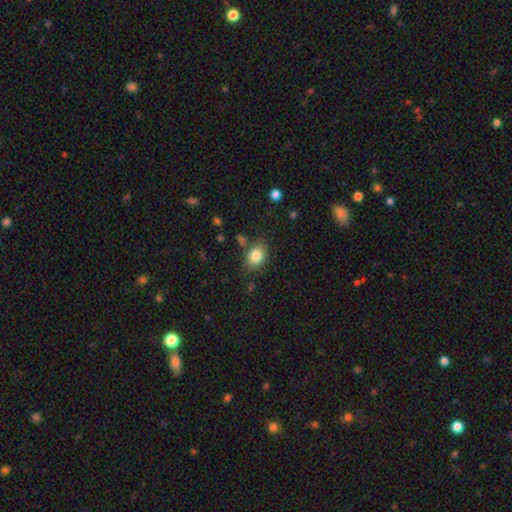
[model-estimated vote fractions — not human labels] Q: Smooth or featured?
A: smooth (83%); runner-up: star or artifact (9%)
Q: How rounded?
A: in between (66%); runner-up: round (33%)
Q: Merging?
A: none (77%); runner-up: minor disturbance (14%)